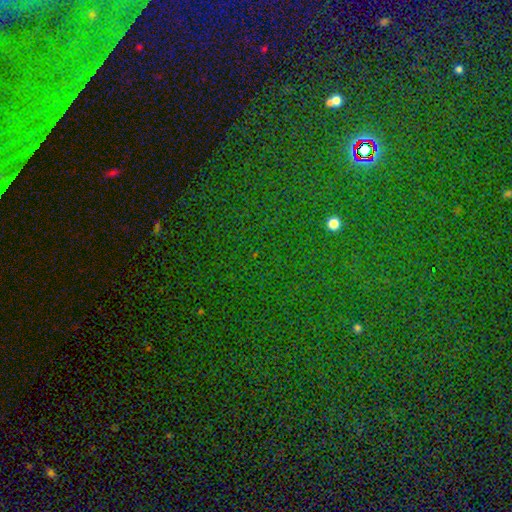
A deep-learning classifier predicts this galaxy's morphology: Smooth or featured? star or artifact (80%)